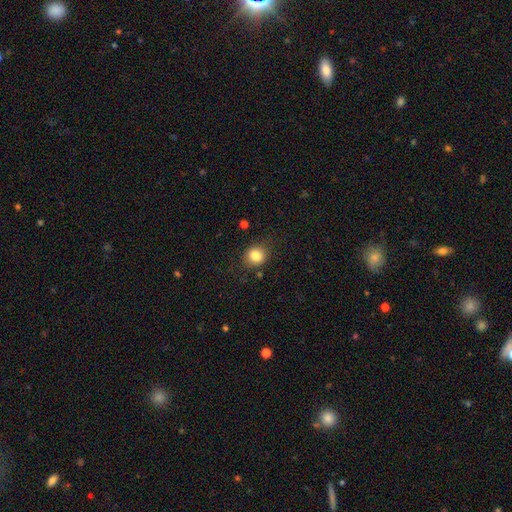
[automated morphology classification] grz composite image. It shows a smooth galaxy with no disk features (83%) that is round (70%). Merging: none (80%).